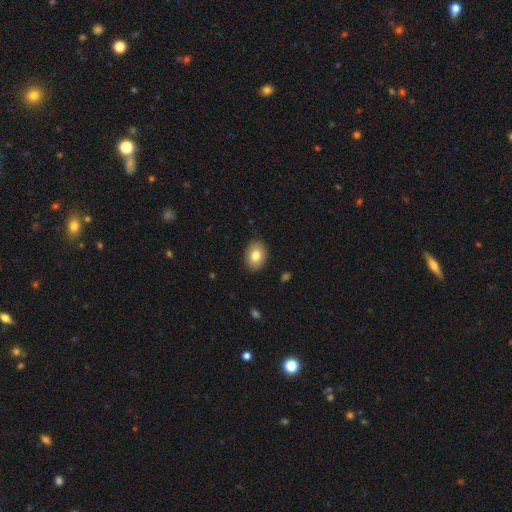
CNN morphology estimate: The model was most divided on "how rounded": in between: 66%, round: 33%, cigar-shaped: 1%. More confident: merging — none (88%); smooth or featured — smooth (80%).